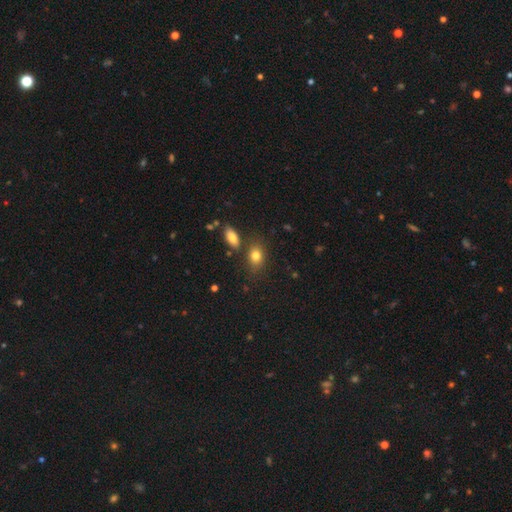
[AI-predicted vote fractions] This appears to be a smooth galaxy with no disk features (81%) that is in between round and cigar-shaped (69%). Merging: none (74%).